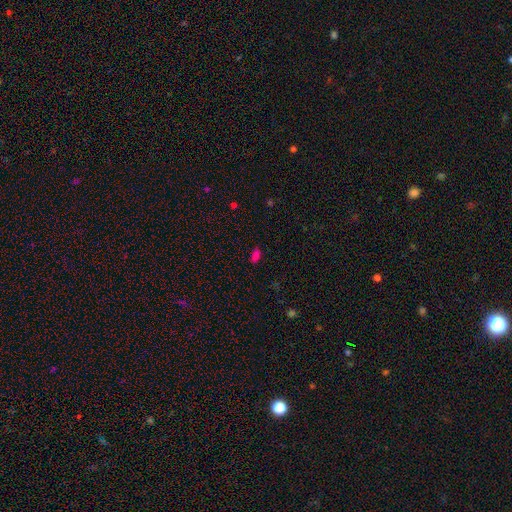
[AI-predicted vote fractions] Smooth or featured? smooth (72%)
How rounded? in between (89%)
Merging? none (81%)